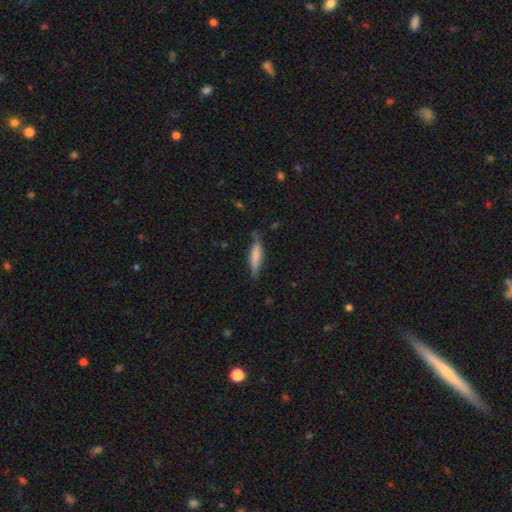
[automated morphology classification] smooth_or_featured: smooth (p=0.72) [alt: featured or disk p=0.21]
how_rounded: cigar-shaped (p=0.74) [alt: in between p=0.25]
merging: none (p=0.68) [alt: minor disturbance p=0.25]